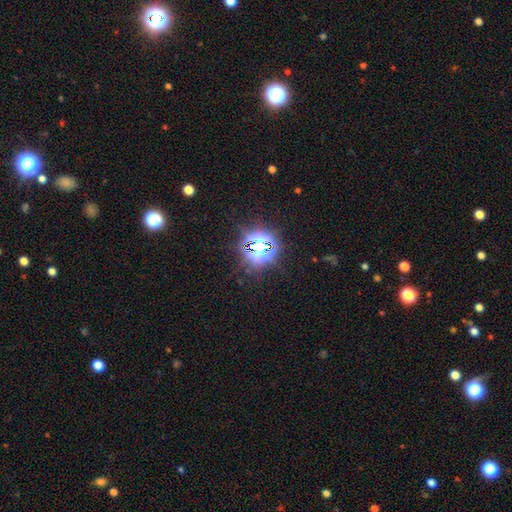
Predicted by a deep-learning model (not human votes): A star or artifact, not a galaxy (80%).